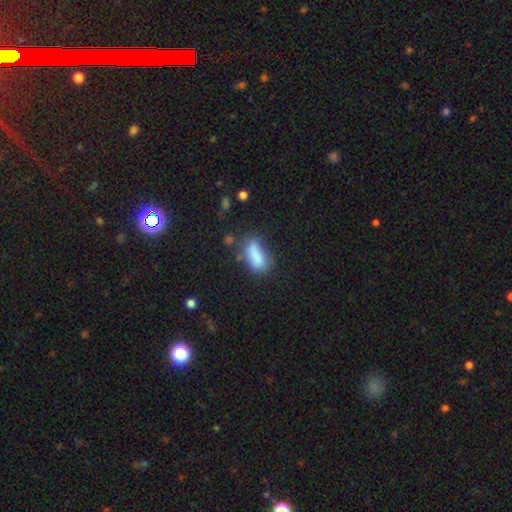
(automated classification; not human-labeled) A smooth galaxy with no disk features (80%) that is in between round and cigar-shaped (84%).

Vote fractions:
- Smooth or featured? smooth: 80% / featured or disk: 11% / star or artifact: 9%
- How rounded? in between: 84% / cigar-shaped: 12% / round: 4%
- Merging? none: 48% / minor disturbance: 29% / major disturbance: 15% / merger: 8%